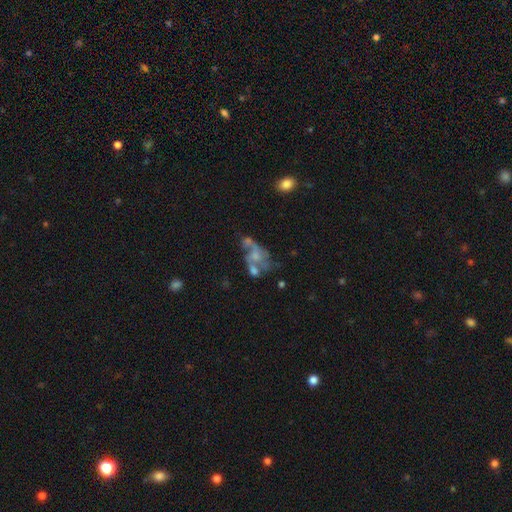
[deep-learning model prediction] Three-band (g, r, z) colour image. It shows a featured or disk galaxy (55%) with no bar (84%), no spiral arms (70%) and no central bulge (44%). Merging: merger (39%).